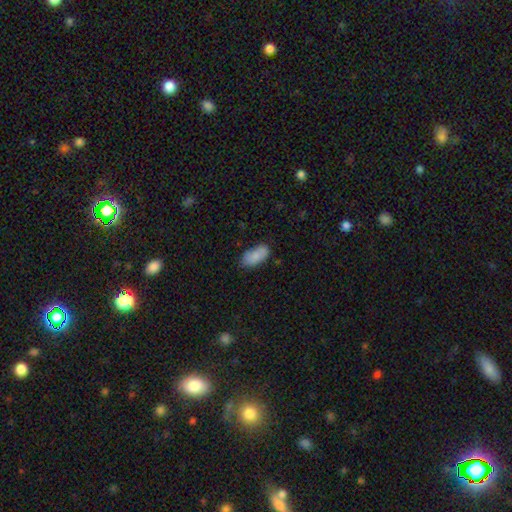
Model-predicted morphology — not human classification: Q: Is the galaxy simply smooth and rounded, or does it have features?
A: smooth — 86%.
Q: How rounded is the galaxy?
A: in between — 90%.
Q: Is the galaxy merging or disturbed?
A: none — 72%.